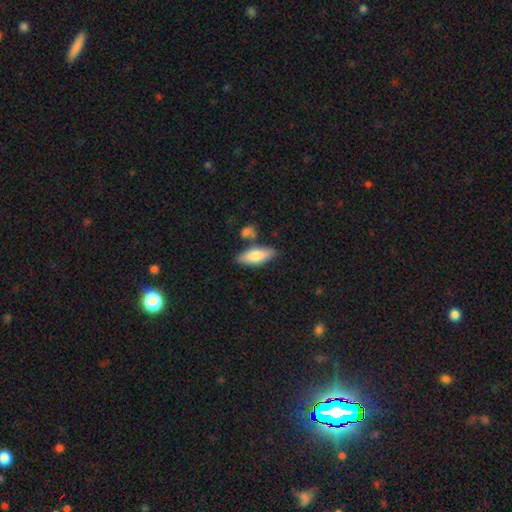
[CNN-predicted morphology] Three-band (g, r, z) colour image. It shows a smooth galaxy with no disk features (76%) that is in between round and cigar-shaped (65%). Merging: none (72%).